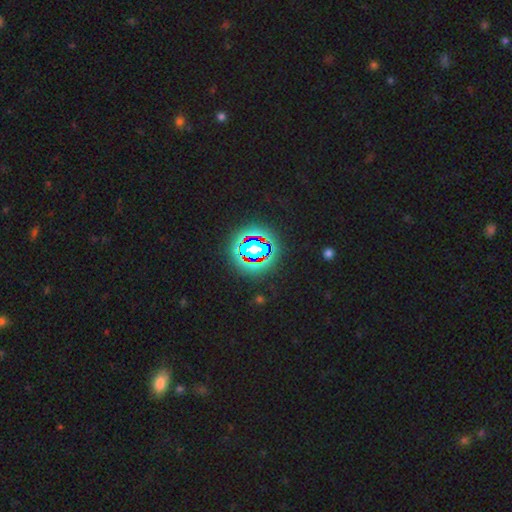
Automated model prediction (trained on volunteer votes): Smooth or featured?
  - star or artifact: 80% *
  - smooth: 13%
  - featured or disk: 7%